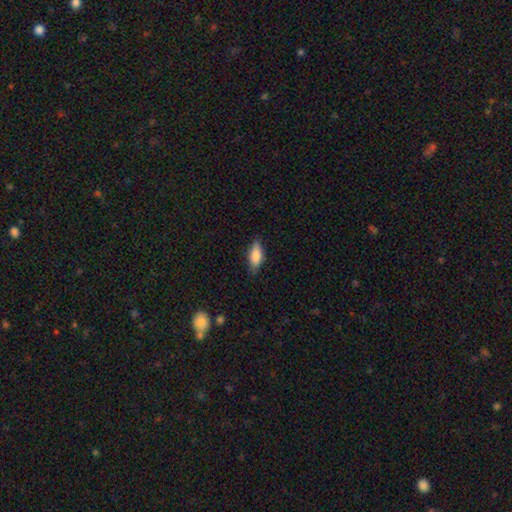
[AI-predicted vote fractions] Q: Smooth or featured?
A: smooth (78%); runner-up: featured or disk (15%)
Q: How rounded?
A: in between (75%); runner-up: cigar-shaped (22%)
Q: Merging?
A: none (79%); runner-up: minor disturbance (17%)